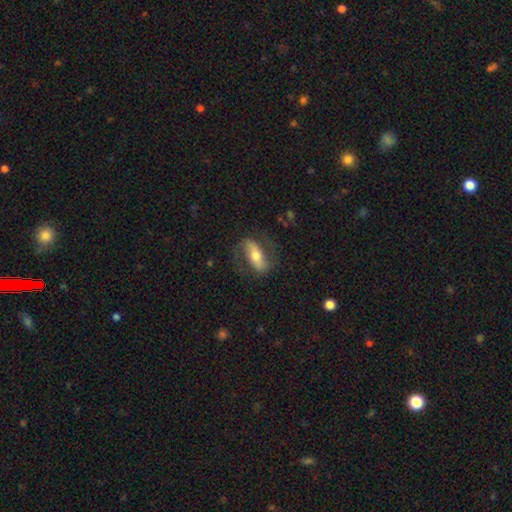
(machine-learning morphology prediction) This is possibly a featured or disk galaxy (57%). It is clearly not viewed edge-on (81%). Merging: likely none (71%).